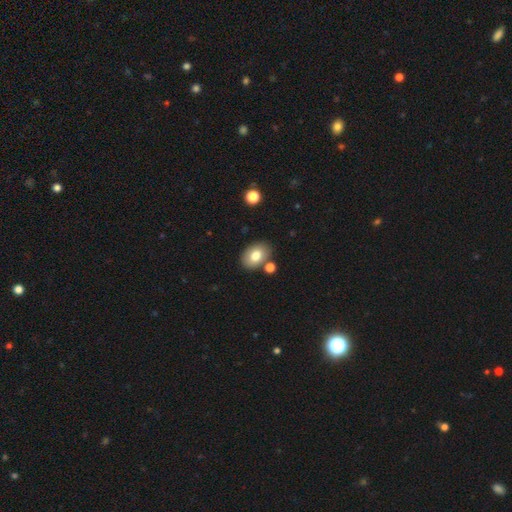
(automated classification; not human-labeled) Overall: smooth (78%). How rounded: in between (79%). Merging: none (78%).